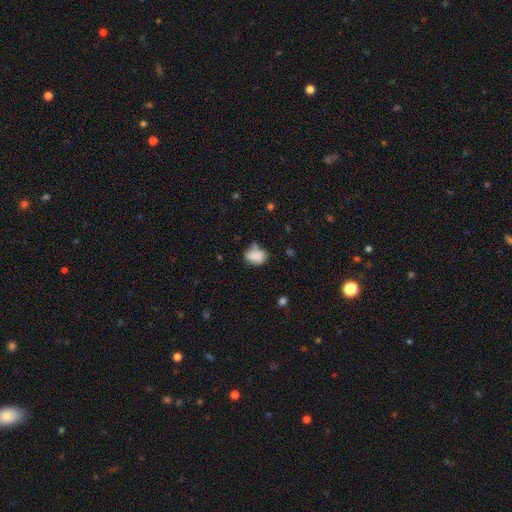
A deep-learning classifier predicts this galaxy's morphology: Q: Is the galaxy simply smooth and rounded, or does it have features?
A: smooth — 83%.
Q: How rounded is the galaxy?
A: in between — 72%.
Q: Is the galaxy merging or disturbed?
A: none — 54%.